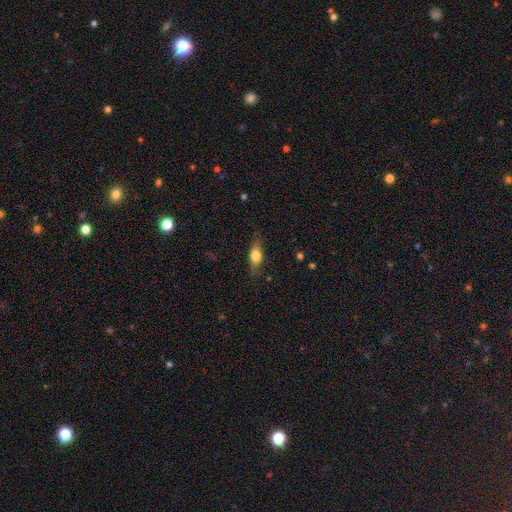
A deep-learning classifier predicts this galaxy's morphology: A smooth galaxy with no disk features (66%) that is in between round and cigar-shaped (68%).

Vote fractions:
- Smooth or featured? smooth: 66% / featured or disk: 27% / star or artifact: 8%
- How rounded? in between: 68% / cigar-shaped: 25% / round: 8%
- Merging? none: 75% / minor disturbance: 18% / major disturbance: 5% / merger: 1%